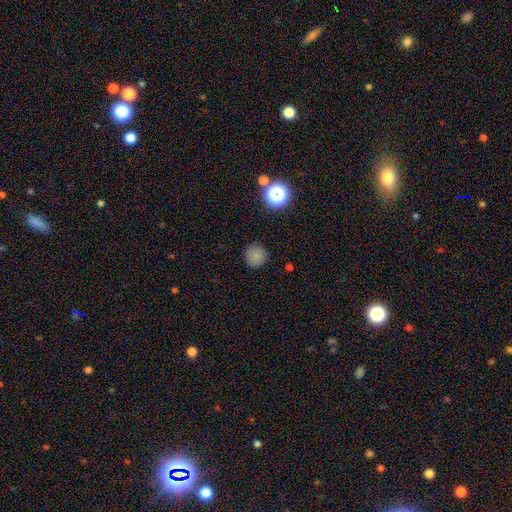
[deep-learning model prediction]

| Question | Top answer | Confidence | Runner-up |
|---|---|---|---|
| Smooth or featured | smooth | 79% | star or artifact (15%) |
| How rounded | round | 93% | in between (6%) |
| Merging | none | 87% | minor disturbance (9%) |